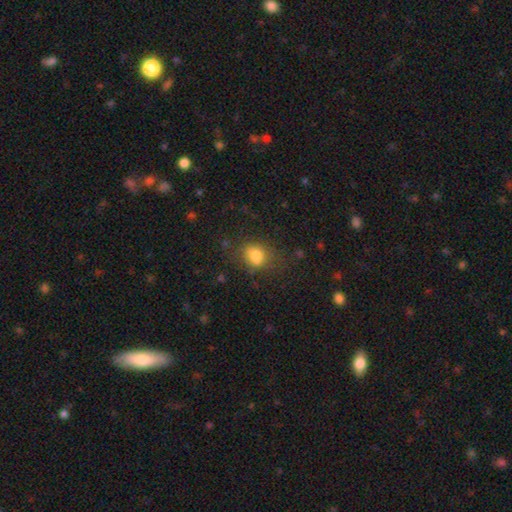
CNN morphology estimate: The model was most divided on "how rounded": round: 52%, in between: 47%, cigar-shaped: 1%. More confident: smooth or featured — smooth (73%); merging — none (56%).